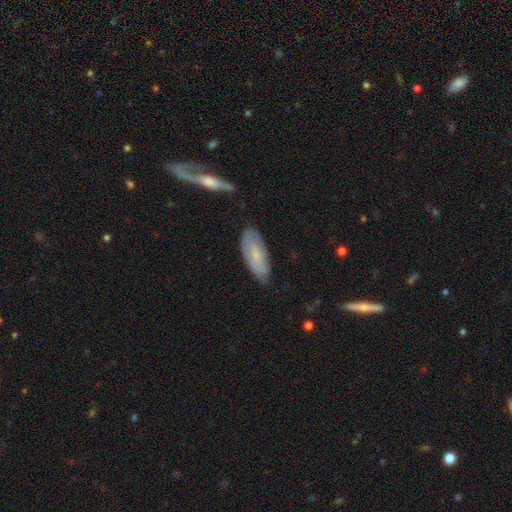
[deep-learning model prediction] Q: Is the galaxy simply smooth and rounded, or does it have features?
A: smooth — 49%.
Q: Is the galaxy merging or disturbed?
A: none — 71%.